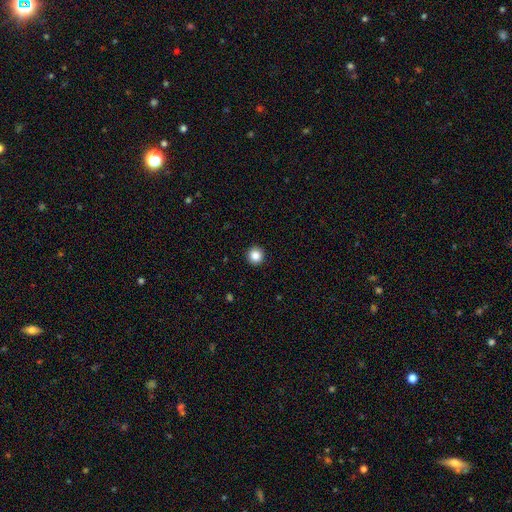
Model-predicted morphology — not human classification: smooth 86%, star or artifact 10%, featured or disk 3%. Down the decision tree: how rounded — round (95%); merging — none (93%).